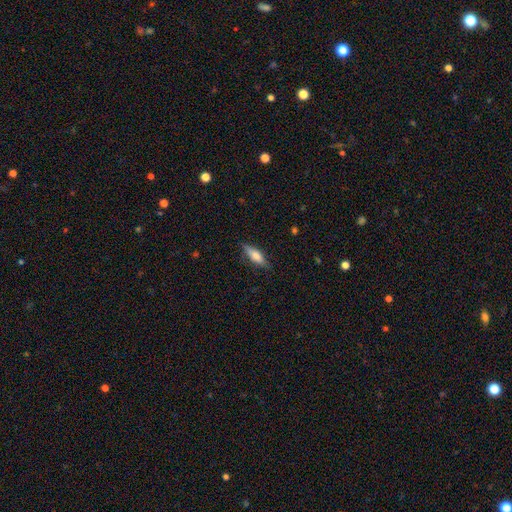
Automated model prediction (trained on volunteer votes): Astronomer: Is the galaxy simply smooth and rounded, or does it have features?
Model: smooth — 63%.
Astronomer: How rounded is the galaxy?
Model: cigar-shaped — 53% (runner-up: in between, 45%).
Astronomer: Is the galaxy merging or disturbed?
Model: none — 82%.